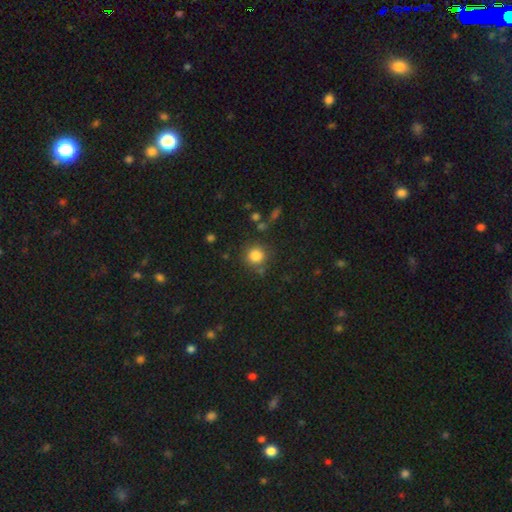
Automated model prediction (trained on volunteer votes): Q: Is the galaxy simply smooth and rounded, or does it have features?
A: smooth — 82%.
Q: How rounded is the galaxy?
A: round — 91%.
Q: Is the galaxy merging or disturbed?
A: none — 81%.